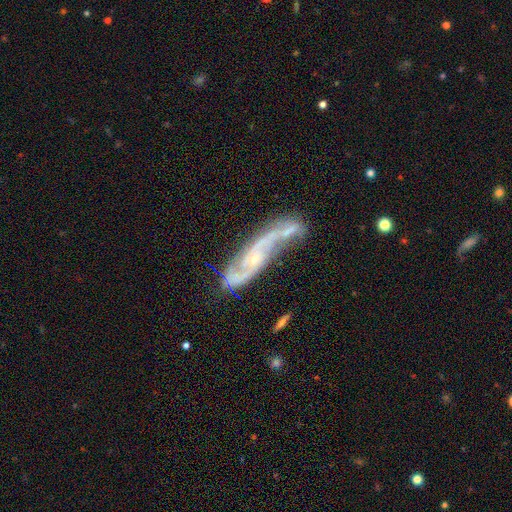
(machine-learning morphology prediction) type=featured or disk (82%); edge-on=no (81%); bar=no (56%); spiral arms=yes (92%); winding=loose (45%); arm count=2 (82%); bulge=small (70%); merging=none (43%).